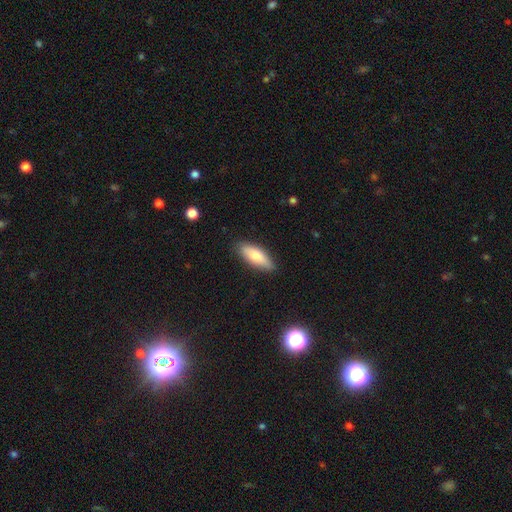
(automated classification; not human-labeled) Smooth or featured?
  - smooth: 76% *
  - featured or disk: 18%
  - star or artifact: 6%
How rounded?
  - in between: 64% *
  - cigar-shaped: 34%
  - round: 2%
Merging?
  - none: 85% *
  - minor disturbance: 11%
  - major disturbance: 2%
  - merger: 1%